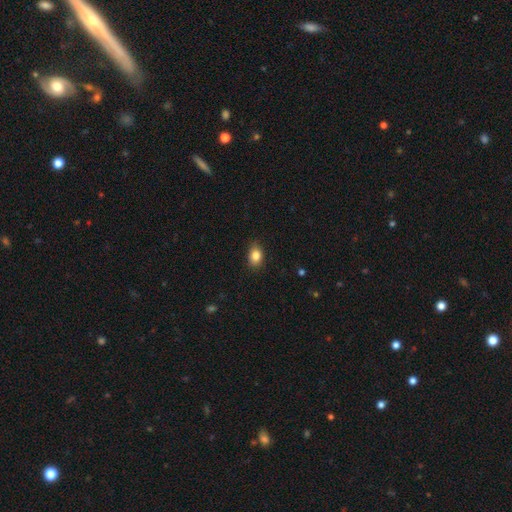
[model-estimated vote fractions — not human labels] Morphology: type=smooth (85%); roundness=in between (74%); merging=none (84%).